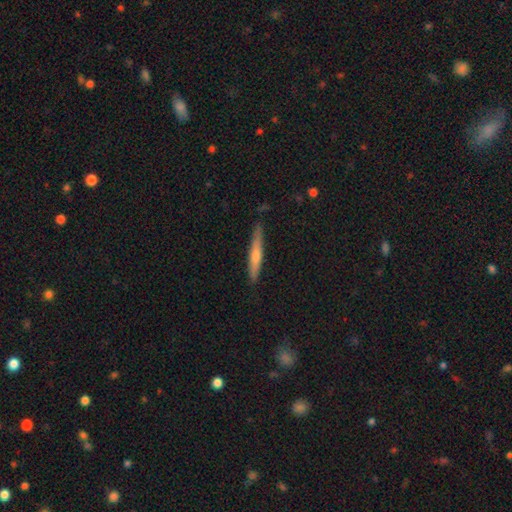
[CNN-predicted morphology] Q: Smooth or featured?
A: smooth (49%); runner-up: featured or disk (45%)
Q: Merging?
A: none (85%); runner-up: minor disturbance (12%)